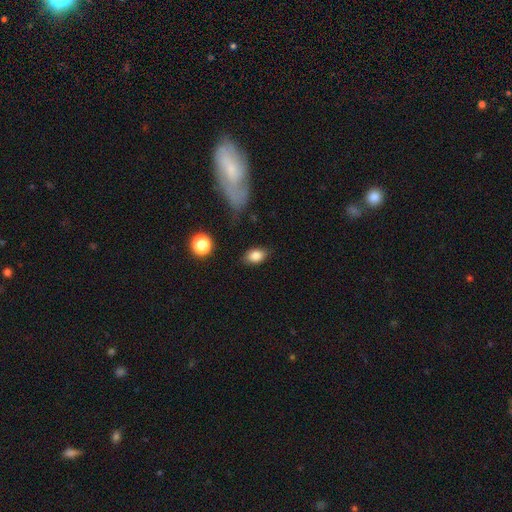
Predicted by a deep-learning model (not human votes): Smooth or featured? smooth (83%)
How rounded? in between (84%)
Merging? none (79%)